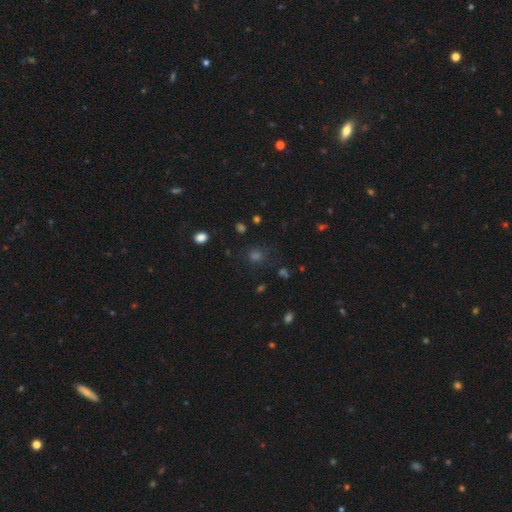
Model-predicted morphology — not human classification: smooth 55%, star or artifact 38%, featured or disk 7%. Down the decision tree: how rounded — round (85%); merging — none (81%).